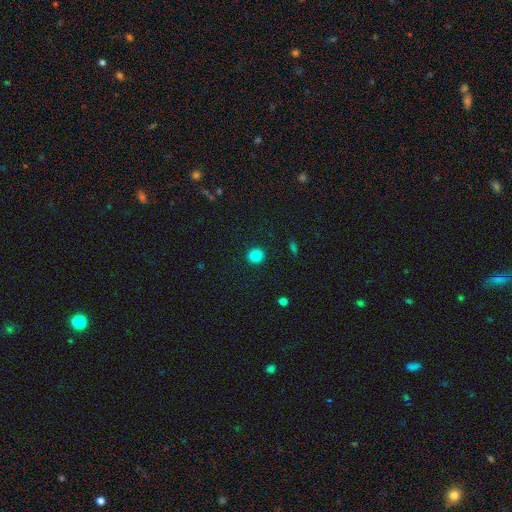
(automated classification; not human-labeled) Overall: smooth (84%). How rounded: round (86%). Merging: none (91%).